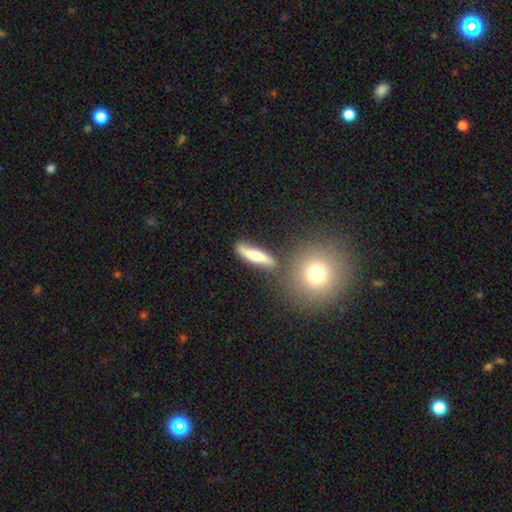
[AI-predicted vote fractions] Smooth or featured? smooth (60%)
How rounded? cigar-shaped (75%)
Merging? none (72%)